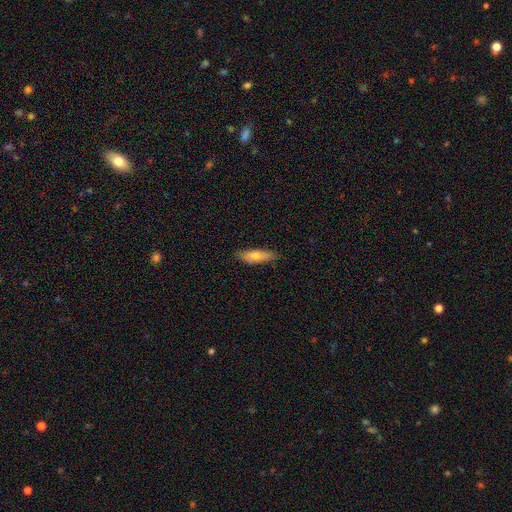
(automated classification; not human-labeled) This appears to be a smooth galaxy with no disk features (69%) that is cigar-shaped (59%). Merging: none (83%).